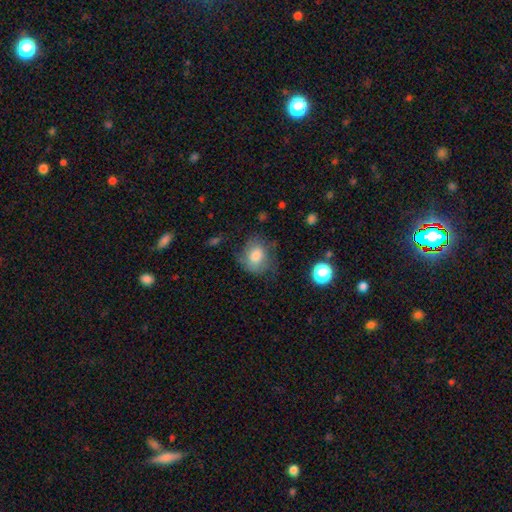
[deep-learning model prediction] Overall: smooth (64%; featured or disk 27%). How rounded: round (59%; in between 40%). Merging: none (58%; minor disturbance 25%).